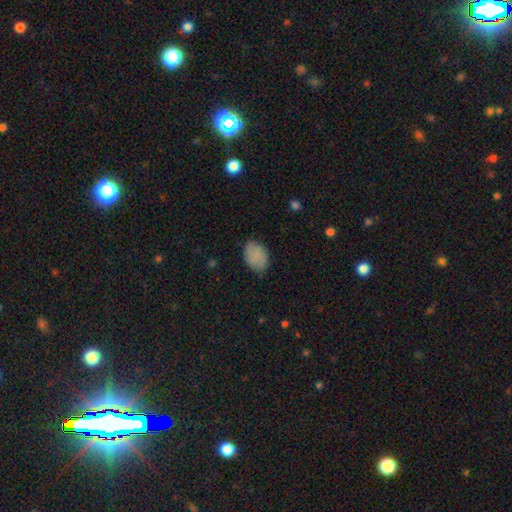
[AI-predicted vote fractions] Q: Smooth or featured?
A: smooth (83%); runner-up: featured or disk (10%)
Q: How rounded?
A: in between (82%); runner-up: round (17%)
Q: Merging?
A: none (77%); runner-up: minor disturbance (19%)